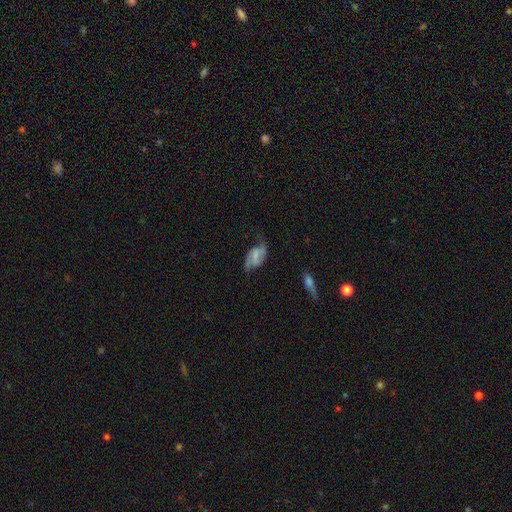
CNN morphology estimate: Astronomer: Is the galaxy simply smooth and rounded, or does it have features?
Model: featured or disk — 62%.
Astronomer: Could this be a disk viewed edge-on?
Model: no — 95%.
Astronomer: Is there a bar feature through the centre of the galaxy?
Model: weak — 43% (runner-up: no, 38%).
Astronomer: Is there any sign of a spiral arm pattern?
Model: yes — 86%.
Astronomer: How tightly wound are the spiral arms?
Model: loose — 59%.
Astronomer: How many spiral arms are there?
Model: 2 — 86%.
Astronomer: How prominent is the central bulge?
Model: small — 41% (runner-up: none, 30%).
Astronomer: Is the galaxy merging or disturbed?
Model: none — 51% (runner-up: minor disturbance, 26%).